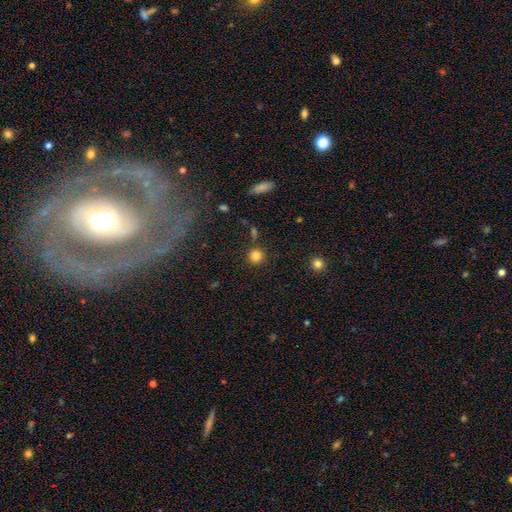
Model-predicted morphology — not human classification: This appears to be a smooth galaxy with no disk features (82%) that is round (93%). Merging: none (84%).